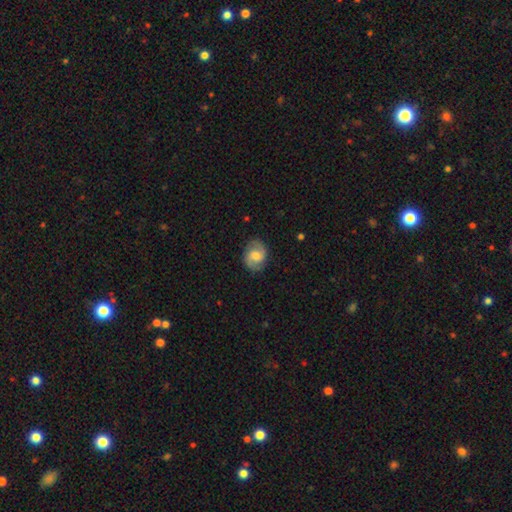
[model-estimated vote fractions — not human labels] Smooth or featured? featured or disk (62%)
Edge-on disk? no (98%)
Bar? no (49%)
Spiral arms? yes (92%)
Spiral winding? medium (49%)
Spiral arm count? 2 (90%)
Bulge size? moderate (55%)
Merging? none (83%)